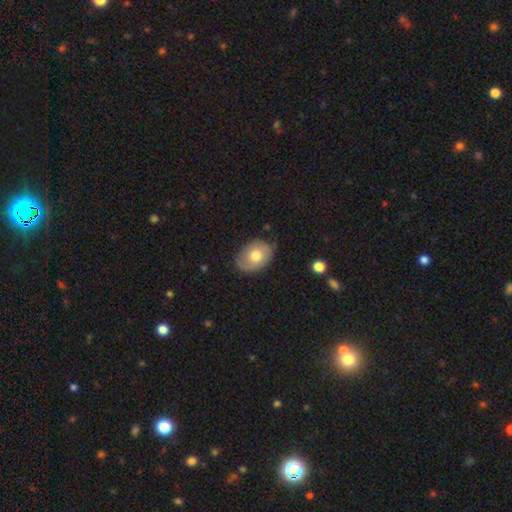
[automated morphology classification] smooth-or-featured: smooth: 61% | featured or disk: 32% | star or artifact: 7%
  how-rounded: in between: 70% | round: 29% | cigar-shaped: 1%
  merging: none: 75% | minor disturbance: 20% | major disturbance: 4% | merger: 1%